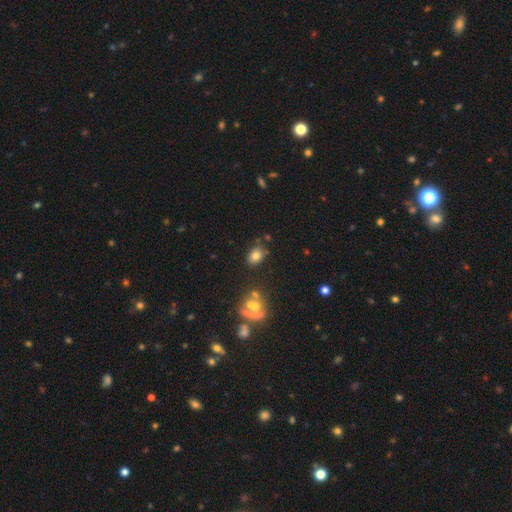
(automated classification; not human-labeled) Overall: smooth (75%). How rounded: in between (69%; round 30%). Merging: none (72%).